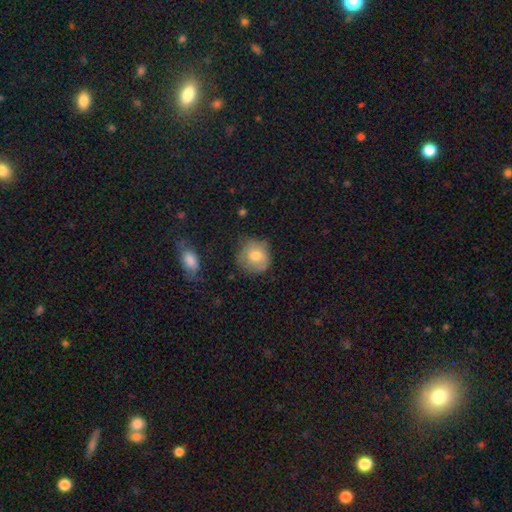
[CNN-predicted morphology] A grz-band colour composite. It shows a smooth galaxy with no disk features (71%) that is round (86%). Merging: none (64%).